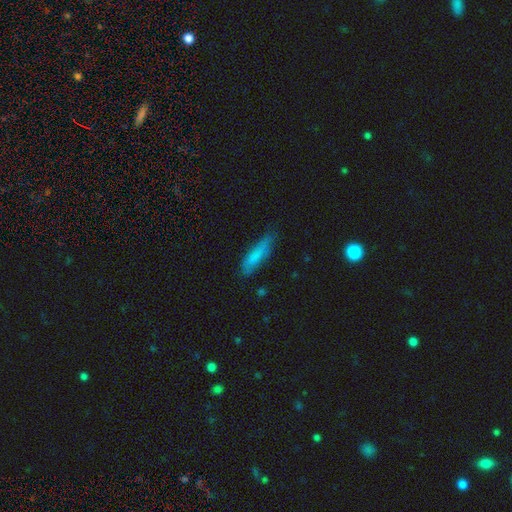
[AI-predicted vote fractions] Morphology: type=smooth (78%); roundness=cigar-shaped (70%); merging=none (68%).